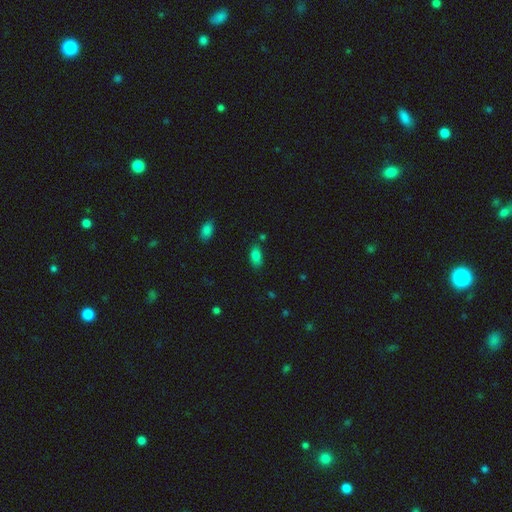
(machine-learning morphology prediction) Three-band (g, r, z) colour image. It shows a smooth galaxy with no disk features (83%) that is in between round and cigar-shaped (90%). Merging: none (76%).